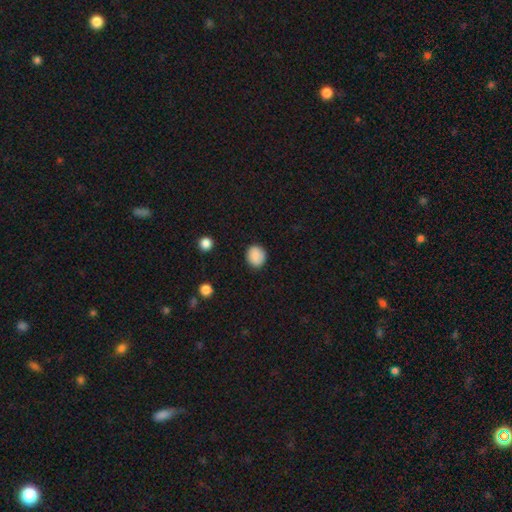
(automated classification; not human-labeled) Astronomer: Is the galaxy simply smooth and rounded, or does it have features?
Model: smooth — 88%.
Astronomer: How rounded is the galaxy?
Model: round — 77%.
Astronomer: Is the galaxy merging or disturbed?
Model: none — 88%.